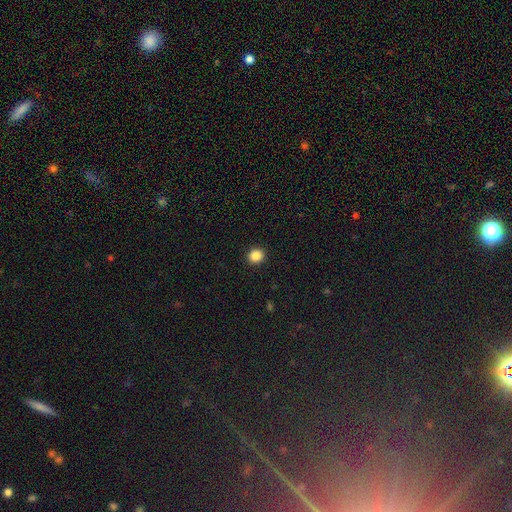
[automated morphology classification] smooth_or_featured: smooth (p=0.86) [alt: star or artifact p=0.10]
how_rounded: round (p=0.83) [alt: in between p=0.16]
merging: none (p=0.93) [alt: minor disturbance p=0.05]